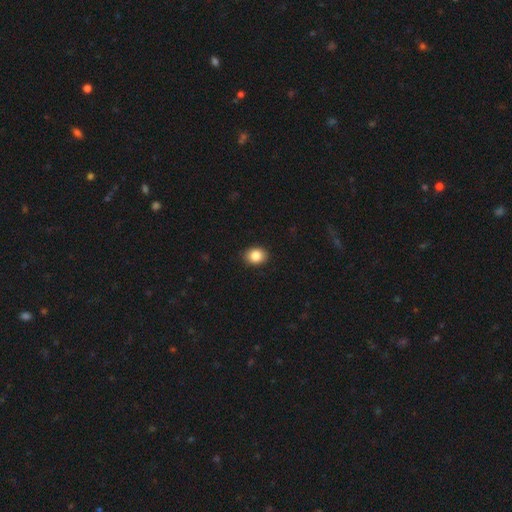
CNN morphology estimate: This appears to be a smooth galaxy with no disk features (85%) that is in between round and cigar-shaped (56%). Merging: none (90%).